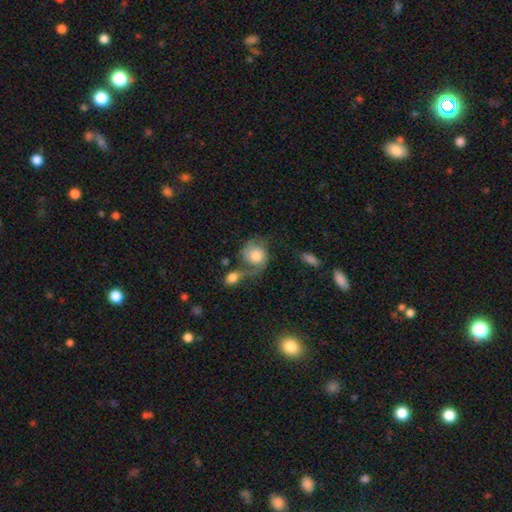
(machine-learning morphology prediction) Overall: featured or disk (48%; smooth 44%). Merging: merger (35%; none 29%).